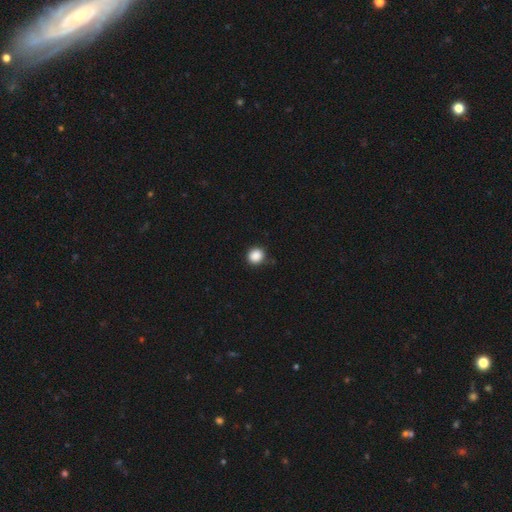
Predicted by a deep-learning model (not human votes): The model was most divided on "merging": none: 84%, minor disturbance: 12%, major disturbance: 3%, merger: 1%. More confident: smooth or featured — smooth (88%); how rounded — round (87%).